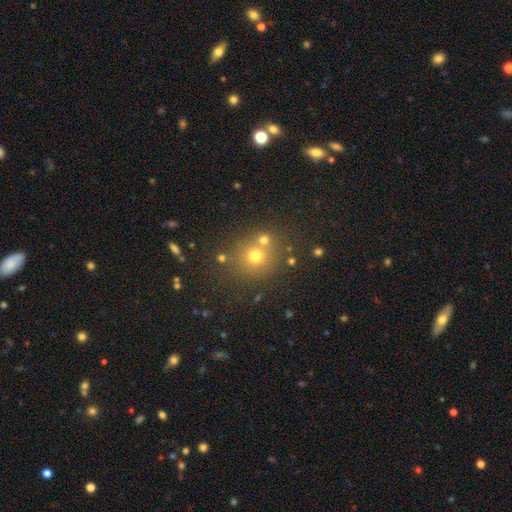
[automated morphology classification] smooth-or-featured: smooth: 65% | star or artifact: 23% | featured or disk: 12%
  how-rounded: round: 87% | in between: 12% | cigar-shaped: 1%
  merging: none: 67% | merger: 21% | minor disturbance: 8% | major disturbance: 4%